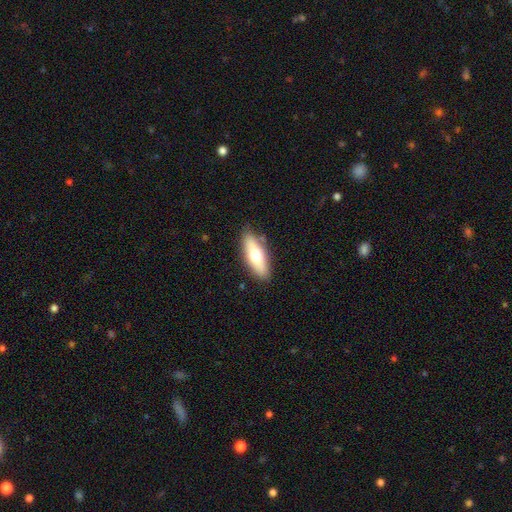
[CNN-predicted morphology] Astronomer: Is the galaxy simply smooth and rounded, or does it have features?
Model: smooth — 60%.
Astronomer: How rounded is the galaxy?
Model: in between — 58% (runner-up: cigar-shaped, 39%).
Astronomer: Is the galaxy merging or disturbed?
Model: none — 84%.